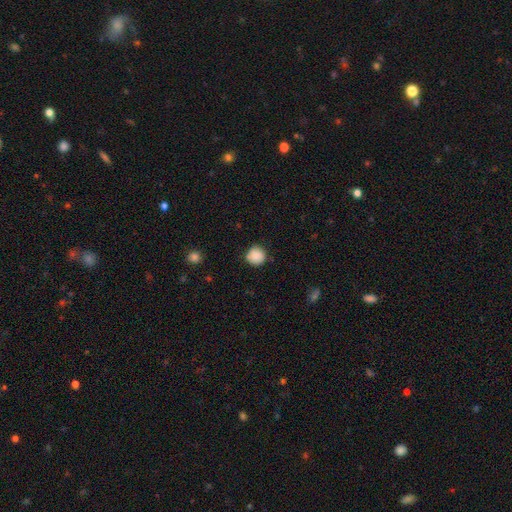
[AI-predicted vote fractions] Q: Smooth or featured?
A: smooth (86%); runner-up: star or artifact (9%)
Q: How rounded?
A: round (93%); runner-up: in between (6%)
Q: Merging?
A: none (81%); runner-up: minor disturbance (15%)